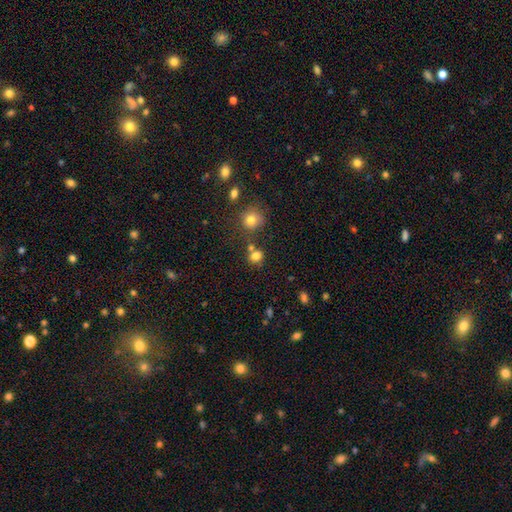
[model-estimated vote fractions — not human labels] Overall: smooth (79%). How rounded: round (77%). Merging: none (62%; merger 22%).